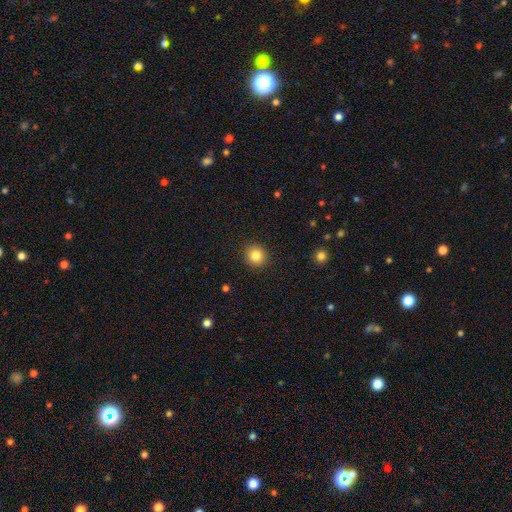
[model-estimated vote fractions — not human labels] Morphology: type=smooth (84%); roundness=round (92%); merging=none (91%).